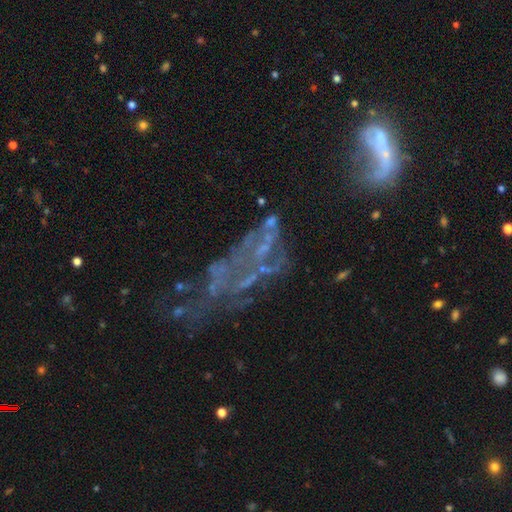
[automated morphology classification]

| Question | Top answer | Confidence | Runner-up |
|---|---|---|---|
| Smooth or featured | featured or disk | 50% | star or artifact (33%) |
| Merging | major disturbance | 40% | none (28%) |